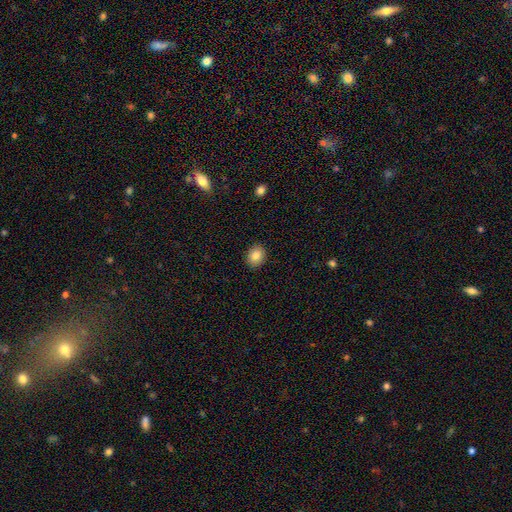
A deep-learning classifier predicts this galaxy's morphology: Q: Smooth or featured?
A: smooth (84%); runner-up: star or artifact (9%)
Q: How rounded?
A: round (56%); runner-up: in between (43%)
Q: Merging?
A: none (90%); runner-up: minor disturbance (7%)